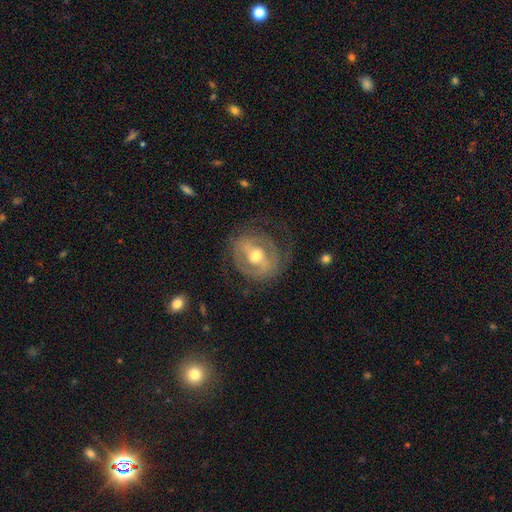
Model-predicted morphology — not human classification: Q: Smooth or featured?
A: featured or disk (73%); runner-up: smooth (21%)
Q: Edge-on disk?
A: no (96%); runner-up: yes (4%)
Q: Bar?
A: weak (40%); runner-up: strong (32%)
Q: Spiral arms?
A: yes (61%); runner-up: no (39%)
Q: Bulge size?
A: moderate (72%); runner-up: small (20%)
Q: Merging?
A: none (64%); runner-up: minor disturbance (19%)